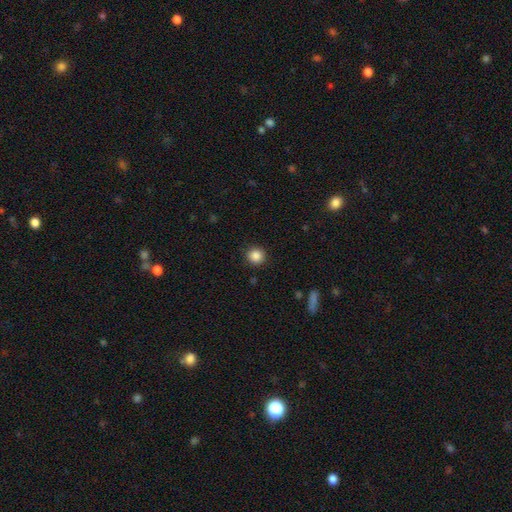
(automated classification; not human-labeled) Overall: smooth (86%). How rounded: round (93%). Merging: none (91%).